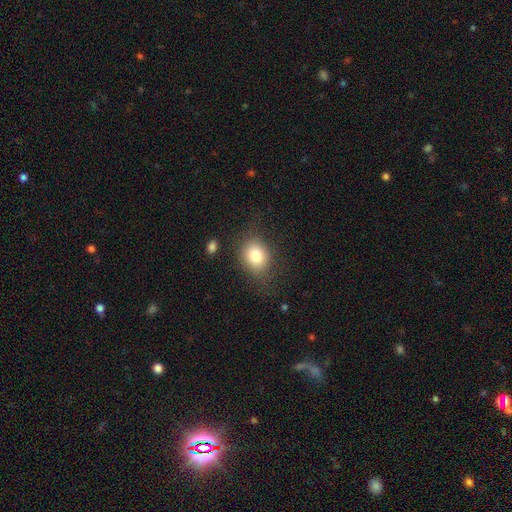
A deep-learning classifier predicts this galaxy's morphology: This is likely a smooth galaxy (80%). How rounded: possibly in between (51%). Merging: likely none (74%).